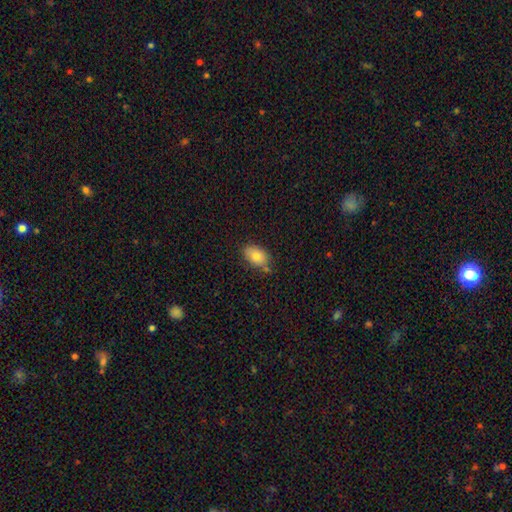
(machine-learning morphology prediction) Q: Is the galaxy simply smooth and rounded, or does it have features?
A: smooth — 79%.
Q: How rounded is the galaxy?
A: in between — 82%.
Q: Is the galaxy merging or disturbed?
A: none — 71%.